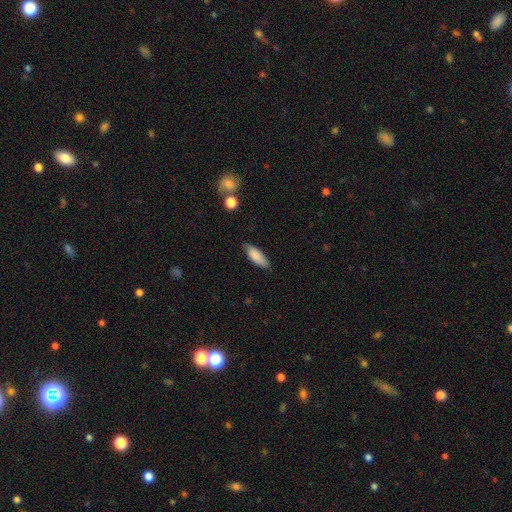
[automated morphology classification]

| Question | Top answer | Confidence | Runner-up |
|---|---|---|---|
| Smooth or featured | smooth | 85% | featured or disk (9%) |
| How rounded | in between | 69% | cigar-shaped (30%) |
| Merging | none | 76% | minor disturbance (19%) |